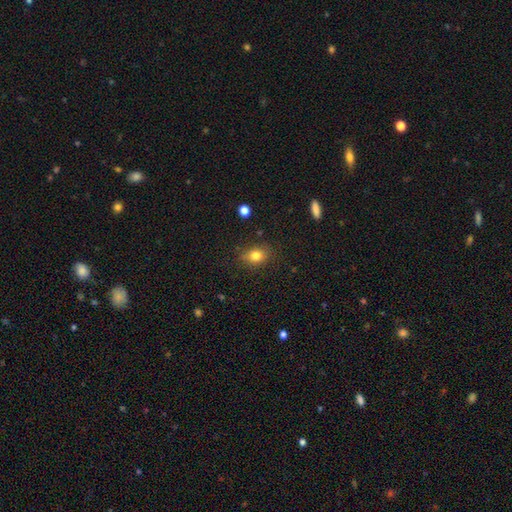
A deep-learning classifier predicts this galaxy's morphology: smooth 80%, star or artifact 11%, featured or disk 8%. Down the decision tree: how rounded — in between (53%); merging — none (79%).